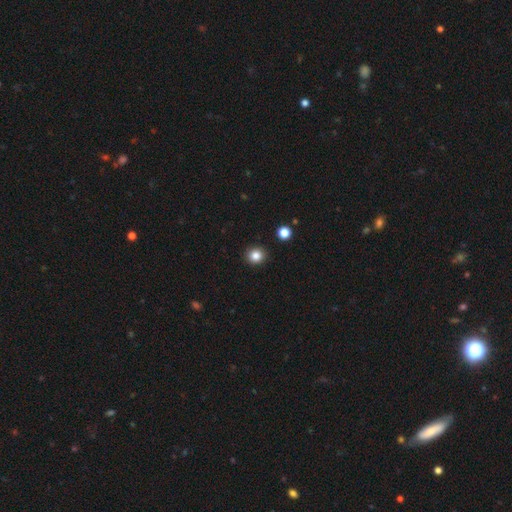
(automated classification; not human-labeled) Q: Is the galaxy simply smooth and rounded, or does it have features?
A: smooth — 84%.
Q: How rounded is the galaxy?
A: round — 89%.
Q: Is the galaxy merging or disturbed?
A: none — 92%.